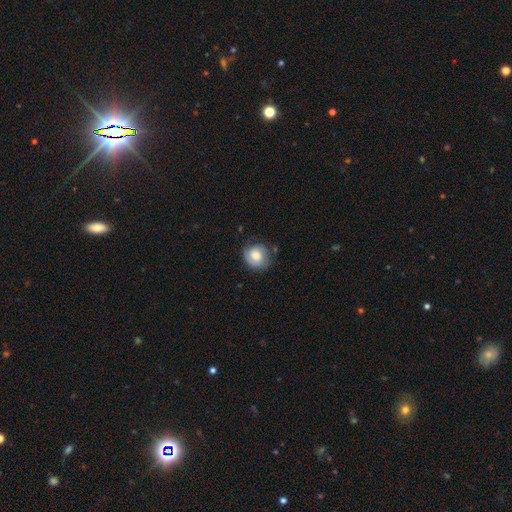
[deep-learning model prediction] smooth_or_featured: smooth (p=0.60) [alt: featured or disk p=0.33]
how_rounded: round (p=0.83) [alt: in between p=0.16]
merging: none (p=0.69) [alt: minor disturbance p=0.22]